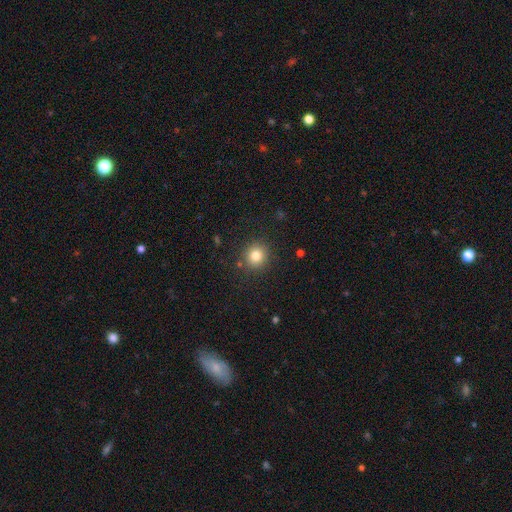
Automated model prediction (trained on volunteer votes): Smooth or featured: smooth — 81% (star or artifact — 12%)
How rounded: round — 91% (in between — 8%)
Merging: none — 87% (minor disturbance — 8%)